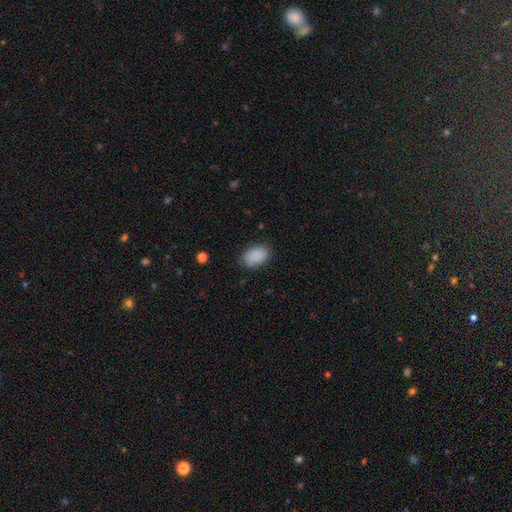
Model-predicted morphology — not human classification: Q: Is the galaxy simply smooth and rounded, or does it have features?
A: smooth — 90%.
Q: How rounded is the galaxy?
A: in between — 92%.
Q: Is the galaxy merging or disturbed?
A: none — 84%.